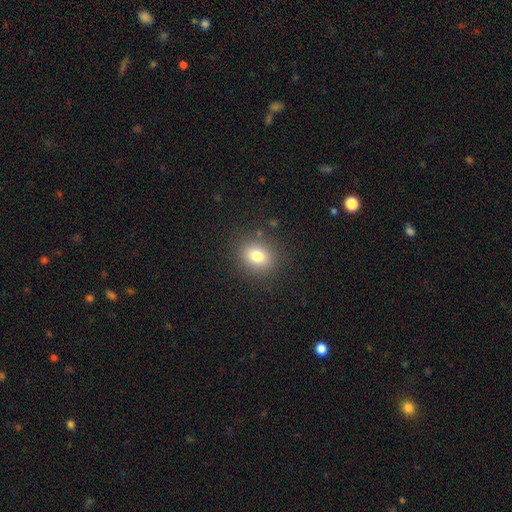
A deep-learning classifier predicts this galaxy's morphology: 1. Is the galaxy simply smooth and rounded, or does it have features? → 79% smooth, 13% star or artifact, 8% featured or disk.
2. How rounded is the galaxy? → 68% round, 31% in between, 1% cigar-shaped.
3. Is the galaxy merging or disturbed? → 89% none, 7% minor disturbance, 2% major disturbance, 1% merger.